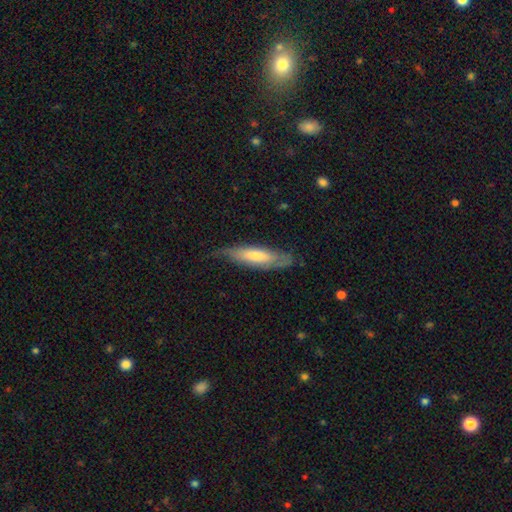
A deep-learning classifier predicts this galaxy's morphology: Smooth or featured: smooth — 54% (featured or disk — 40%)
How rounded: cigar-shaped — 66% (in between — 33%)
Merging: none — 67% (minor disturbance — 24%)